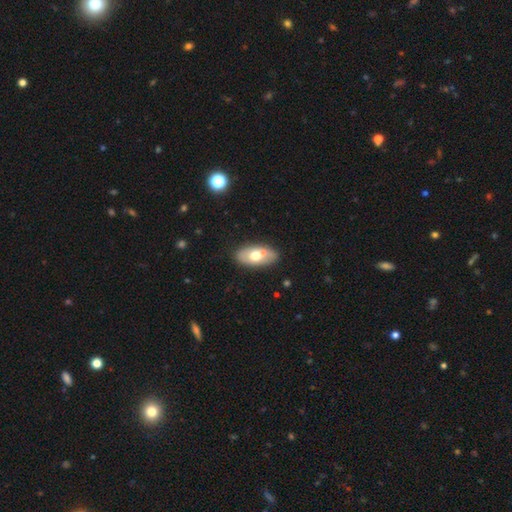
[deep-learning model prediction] A smooth galaxy with no disk features (55%) that is in between round and cigar-shaped (91%).

Vote fractions:
- Smooth or featured? smooth: 55% / featured or disk: 39% / star or artifact: 6%
- How rounded? in between: 91% / cigar-shaped: 5% / round: 4%
- Merging? none: 71% / minor disturbance: 13% / merger: 12% / major disturbance: 4%